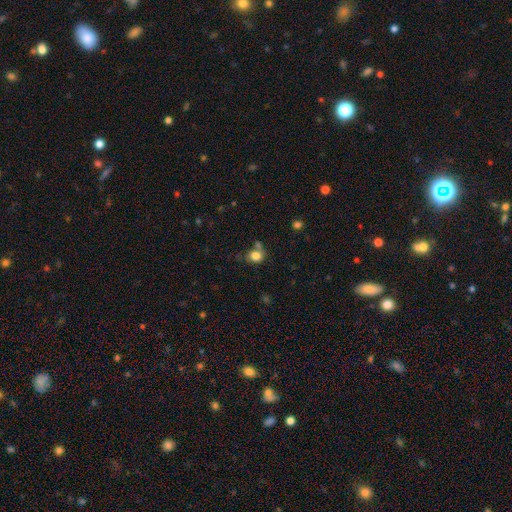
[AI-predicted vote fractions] Smooth or featured?
  - smooth: 81% *
  - star or artifact: 11%
  - featured or disk: 8%
How rounded?
  - round: 71% *
  - in between: 28%
  - cigar-shaped: 1%
Merging?
  - none: 56% *
  - minor disturbance: 18%
  - merger: 18%
  - major disturbance: 8%